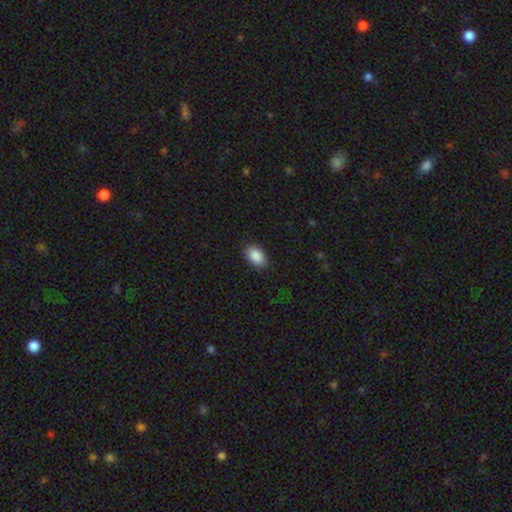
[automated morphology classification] A smooth galaxy with no disk features (90%) that is in between round and cigar-shaped (91%).

Vote fractions:
- Smooth or featured? smooth: 90% / star or artifact: 7% / featured or disk: 3%
- How rounded? in between: 91% / round: 8% / cigar-shaped: 1%
- Merging? none: 87% / minor disturbance: 9% / major disturbance: 2% / merger: 1%